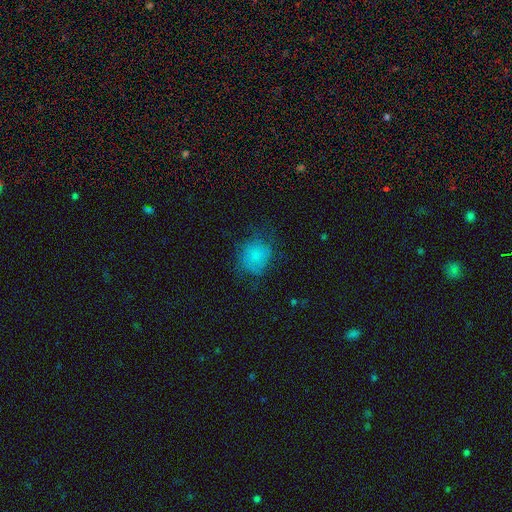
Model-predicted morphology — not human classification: type=smooth (75%); roundness=round (75%); merging=none (59%).